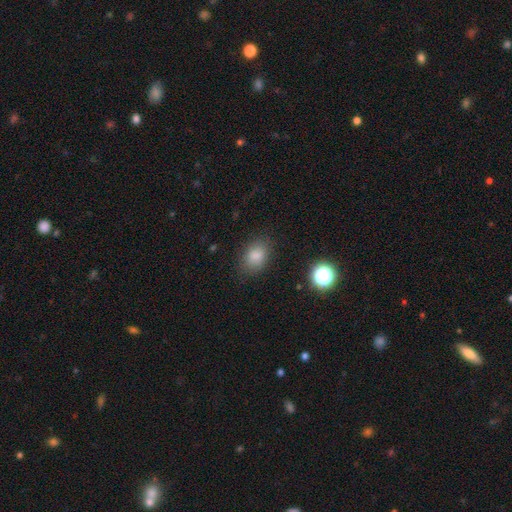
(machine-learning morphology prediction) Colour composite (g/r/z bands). It shows a smooth galaxy with no disk features (83%) that is in between round and cigar-shaped (75%). Merging: none (78%).